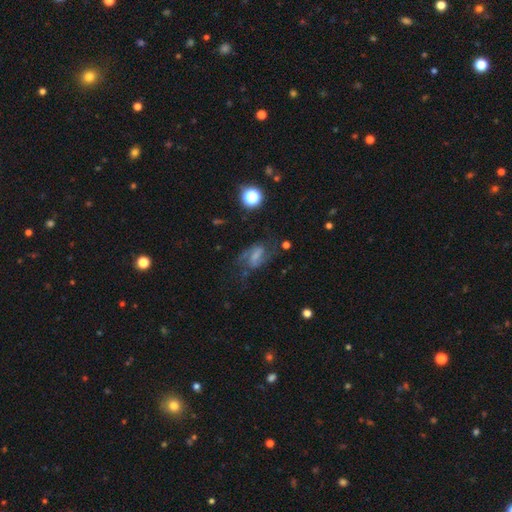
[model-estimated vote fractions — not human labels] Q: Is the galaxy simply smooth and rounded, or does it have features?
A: featured or disk — 64%.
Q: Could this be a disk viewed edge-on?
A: no — 96%.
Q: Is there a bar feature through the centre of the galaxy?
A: weak — 44%.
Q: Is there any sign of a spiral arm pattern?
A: yes — 88%.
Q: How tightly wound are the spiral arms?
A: medium — 46%.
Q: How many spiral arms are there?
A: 2 — 81%.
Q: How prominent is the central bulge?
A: none — 43%.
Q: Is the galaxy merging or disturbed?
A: none — 55%.